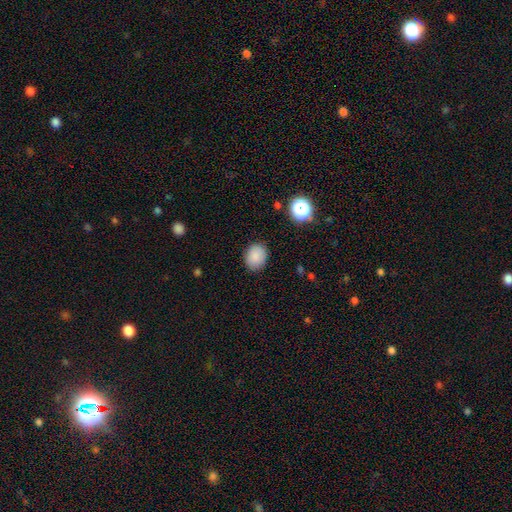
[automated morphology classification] The model was most divided on "how rounded": round: 51%, in between: 48%, cigar-shaped: 1%. More confident: merging — none (86%); smooth or featured — smooth (86%).